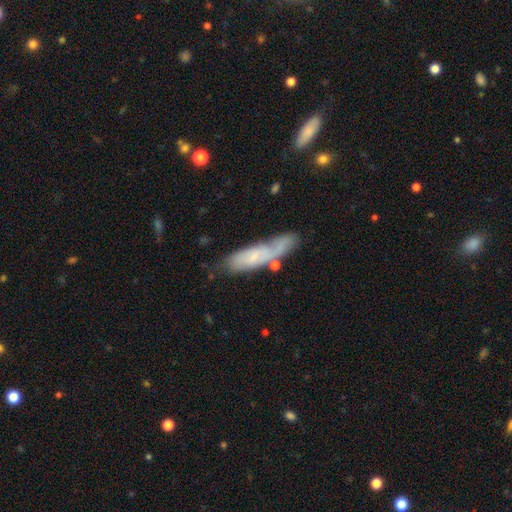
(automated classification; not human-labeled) Smooth or featured? smooth (51%)
How rounded? cigar-shaped (65%)
Merging? none (55%)